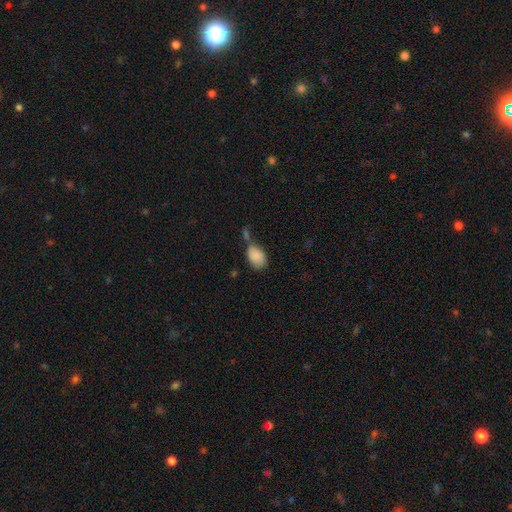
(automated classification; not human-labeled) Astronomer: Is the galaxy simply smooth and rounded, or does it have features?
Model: smooth — 86%.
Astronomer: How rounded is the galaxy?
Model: in between — 84%.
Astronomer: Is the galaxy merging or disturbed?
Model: none — 40% (runner-up: merger, 26%).